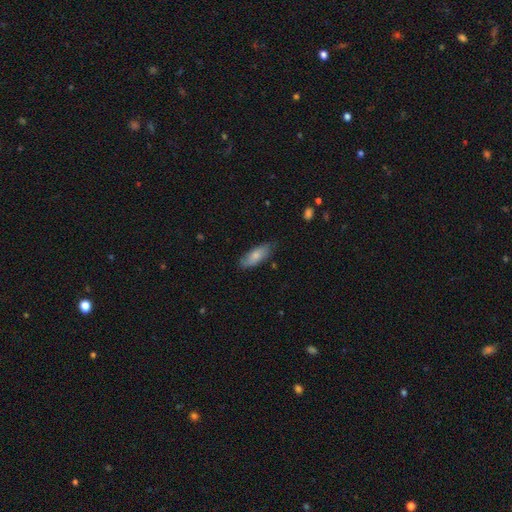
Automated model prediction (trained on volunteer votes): A smooth galaxy with no disk features (74%) that is in between round and cigar-shaped (73%). Merging: none (73%).